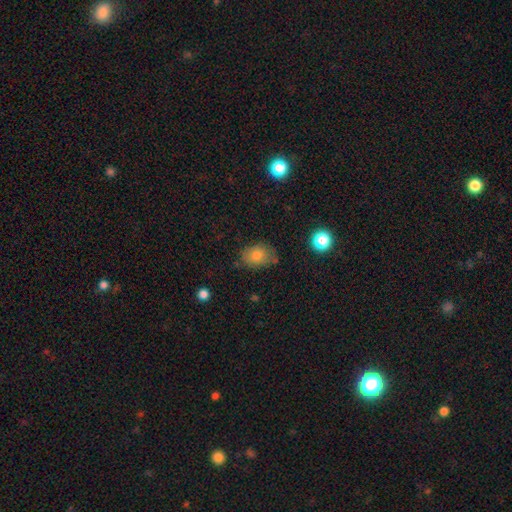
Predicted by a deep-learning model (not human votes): A smooth galaxy with no disk features (77%) that is in between round and cigar-shaped (66%).

Vote fractions:
- Smooth or featured? smooth: 77% / featured or disk: 12% / star or artifact: 11%
- How rounded? in between: 66% / round: 33% / cigar-shaped: 1%
- Merging? none: 71% / minor disturbance: 21% / major disturbance: 4% / merger: 3%